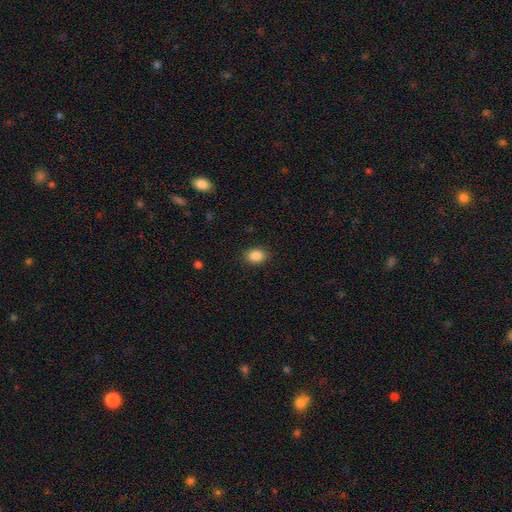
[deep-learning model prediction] This appears to be a smooth galaxy with no disk features (87%) that is in between round and cigar-shaped (63%). Merging: none (88%).